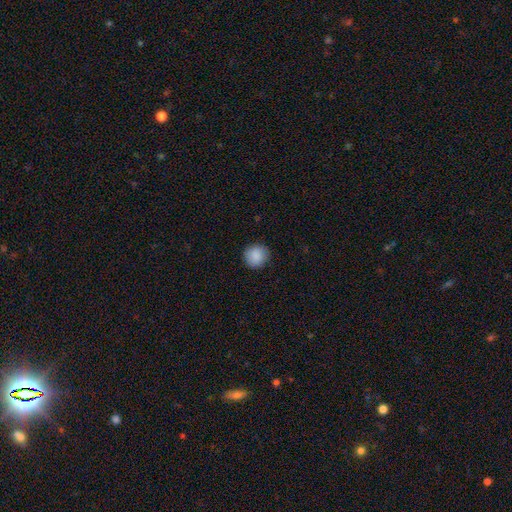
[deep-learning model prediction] The model was most divided on "smooth or featured": smooth: 88%, star or artifact: 7%, featured or disk: 4%. More confident: how rounded — round (92%); merging — none (89%).